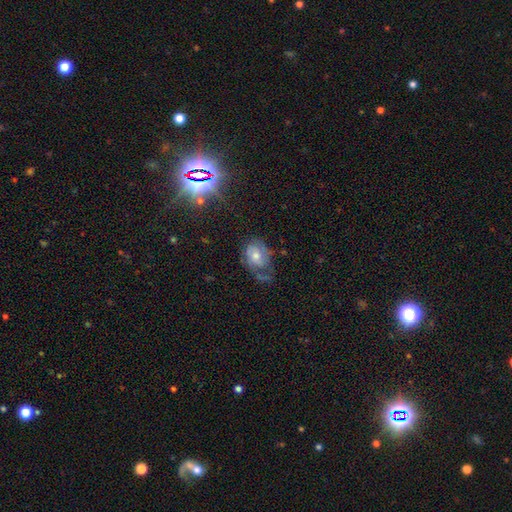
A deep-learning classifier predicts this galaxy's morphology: A smooth galaxy with no disk features (45%).

Vote fractions:
- Smooth or featured? smooth: 45% / featured or disk: 44% / star or artifact: 11%
- Merging? none: 35% / major disturbance: 31% / minor disturbance: 29% / merger: 4%